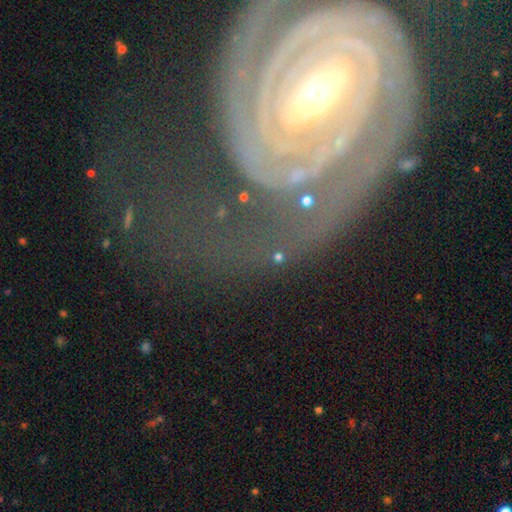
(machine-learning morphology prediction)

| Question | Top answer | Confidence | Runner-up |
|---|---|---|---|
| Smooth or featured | featured or disk | 80% | smooth (10%) |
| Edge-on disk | no | 94% | yes (6%) |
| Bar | no | 39% | weak (33%) |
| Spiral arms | yes | 89% | no (11%) |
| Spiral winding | tight | 67% | medium (23%) |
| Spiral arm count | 2 | 38% | can't tell (25%) |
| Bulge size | small | 47% | moderate (43%) |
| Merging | none | 57% | major disturbance (21%) |